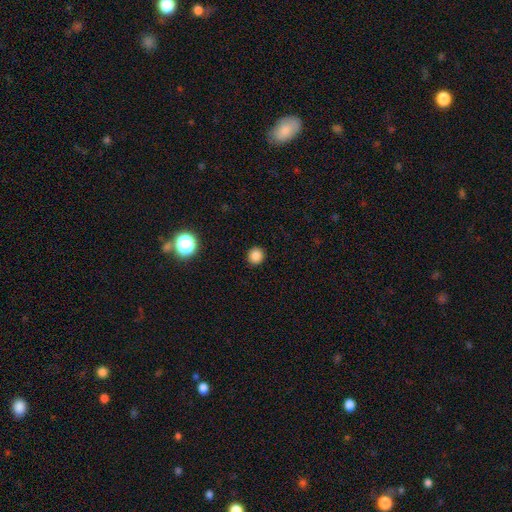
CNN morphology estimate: A smooth galaxy with no disk features (84%) that is round (90%).

Vote fractions:
- Smooth or featured? smooth: 84% / star or artifact: 12% / featured or disk: 4%
- How rounded? round: 90% / in between: 9% / cigar-shaped: 1%
- Merging? none: 92% / minor disturbance: 5% / major disturbance: 2% / merger: 1%